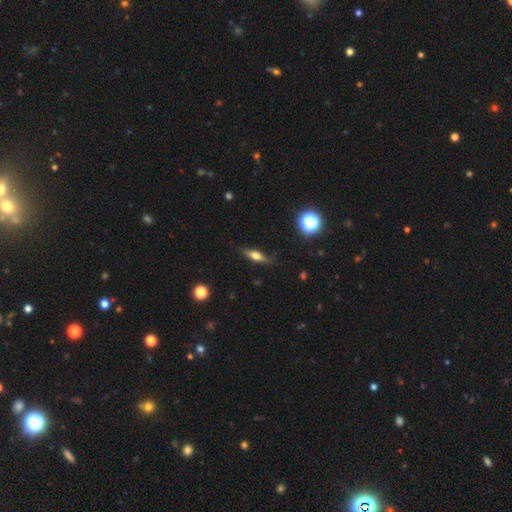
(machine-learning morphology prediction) Smooth or featured: smooth — 46% (featured or disk — 45%)
Merging: none — 80% (minor disturbance — 15%)